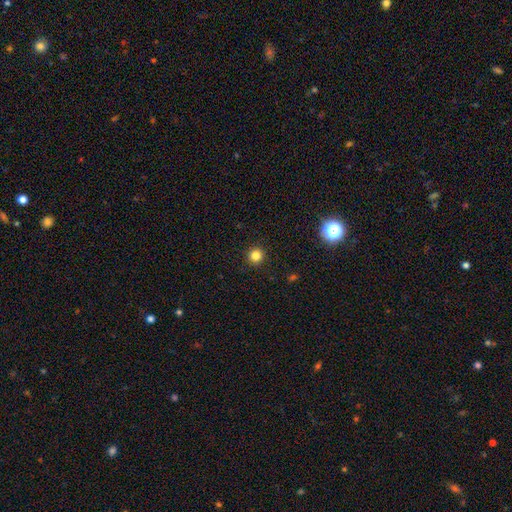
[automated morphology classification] Q: Smooth or featured?
A: smooth (82%); runner-up: star or artifact (14%)
Q: How rounded?
A: round (95%); runner-up: in between (4%)
Q: Merging?
A: none (93%); runner-up: minor disturbance (4%)